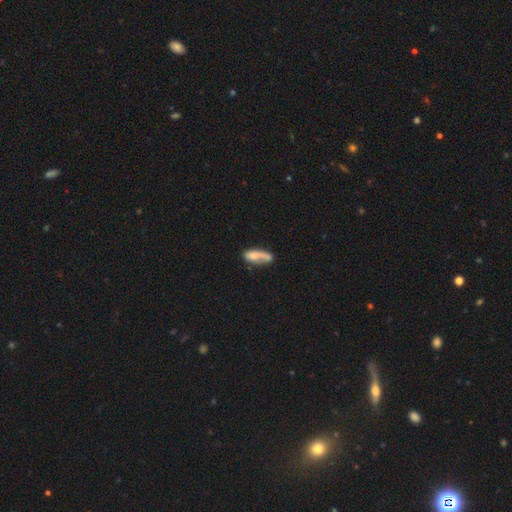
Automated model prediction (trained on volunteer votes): This is likely a smooth galaxy (63%). How rounded: likely in between (69%). Merging: marginally none (34%).